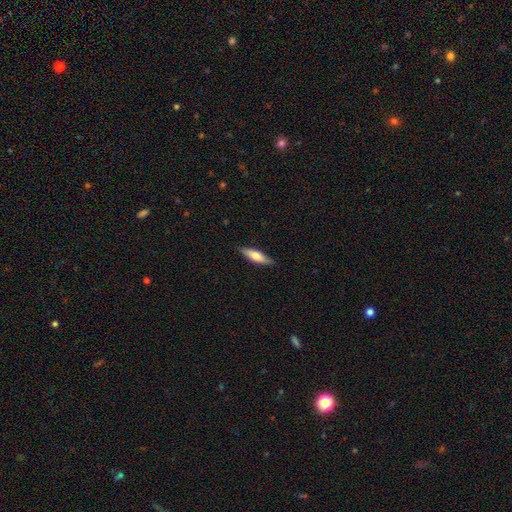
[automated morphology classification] A smooth galaxy with no disk features (68%) that is cigar-shaped (58%). Merging: none (86%).